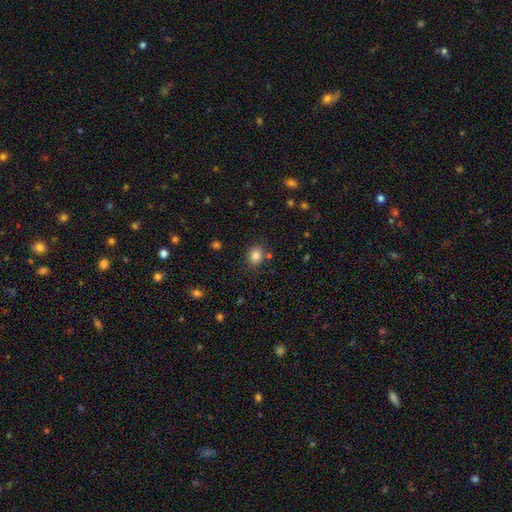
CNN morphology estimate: type=smooth (81%); roundness=round (51%); merging=none (80%).